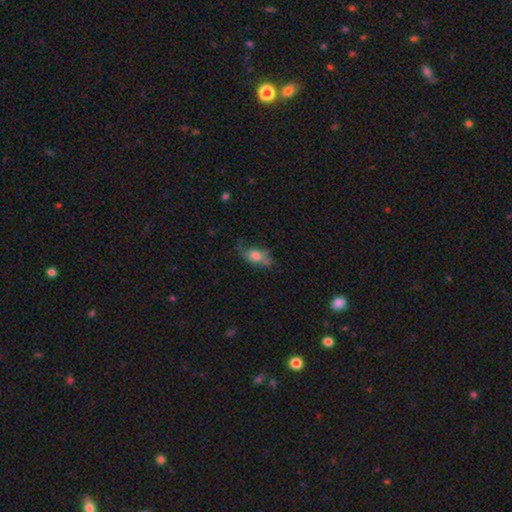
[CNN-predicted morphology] type=smooth (58%); roundness=in between (81%); merging=none (43%).